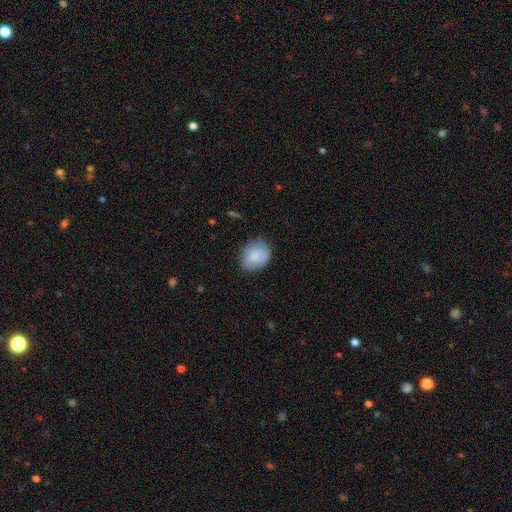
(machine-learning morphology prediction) This appears to be a smooth galaxy with no disk features (82%) that is round (51%). Merging: none (75%).